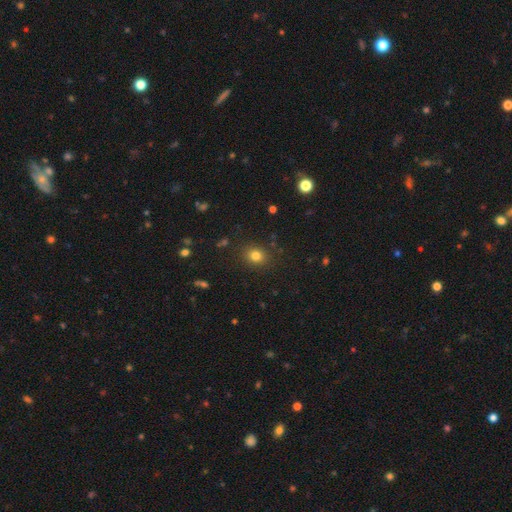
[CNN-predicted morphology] Smooth or featured: smooth — 79% (star or artifact — 14%)
How rounded: round — 71% (in between — 28%)
Merging: none — 87% (minor disturbance — 9%)